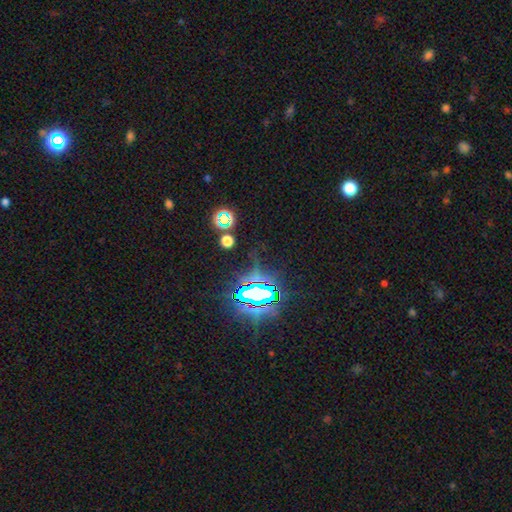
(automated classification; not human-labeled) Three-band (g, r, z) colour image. It shows a star or artifact, not a galaxy (83%).